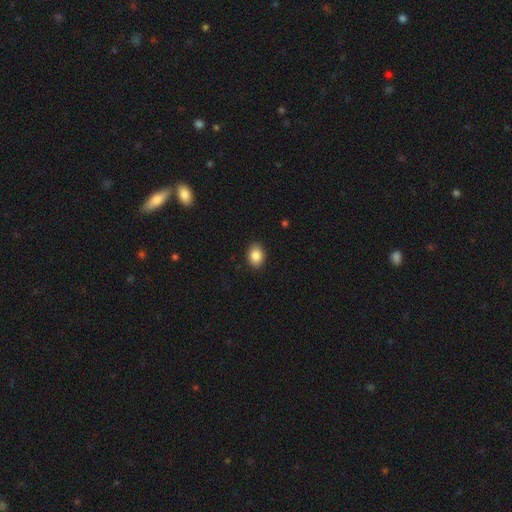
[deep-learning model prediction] smooth-or-featured: smooth: 87% | star or artifact: 8% | featured or disk: 5%
  how-rounded: in between: 70% | round: 29% | cigar-shaped: 1%
  merging: none: 90% | minor disturbance: 7% | major disturbance: 2% | merger: 1%